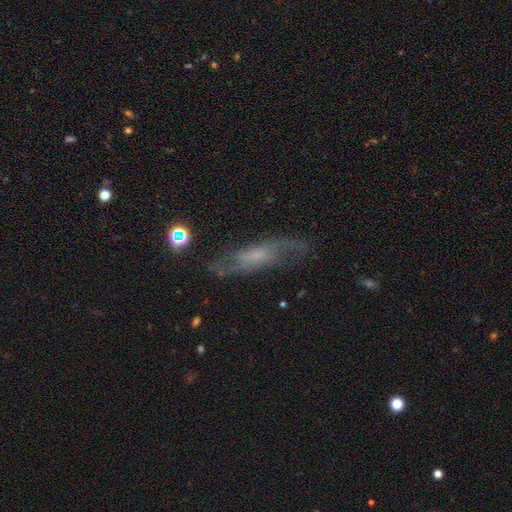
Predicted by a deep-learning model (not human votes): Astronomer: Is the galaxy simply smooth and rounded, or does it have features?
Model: featured or disk — 64%.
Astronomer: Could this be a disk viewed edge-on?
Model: no — 75%.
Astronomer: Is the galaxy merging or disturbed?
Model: none — 67%.